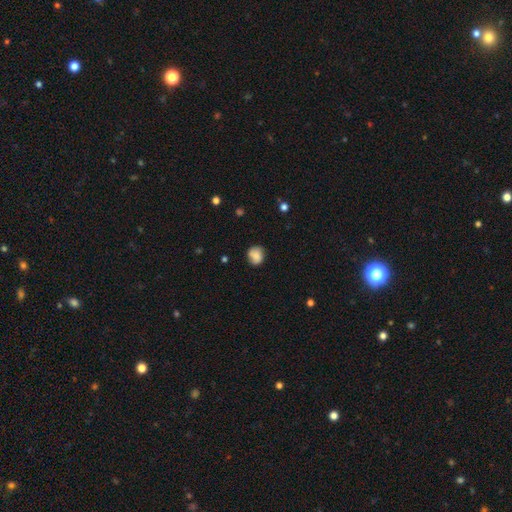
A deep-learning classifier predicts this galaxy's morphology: smooth-or-featured: smooth: 72% | featured or disk: 18% | star or artifact: 9%
  how-rounded: round: 74% | in between: 25% | cigar-shaped: 1%
  merging: none: 69% | minor disturbance: 23% | major disturbance: 5% | merger: 3%